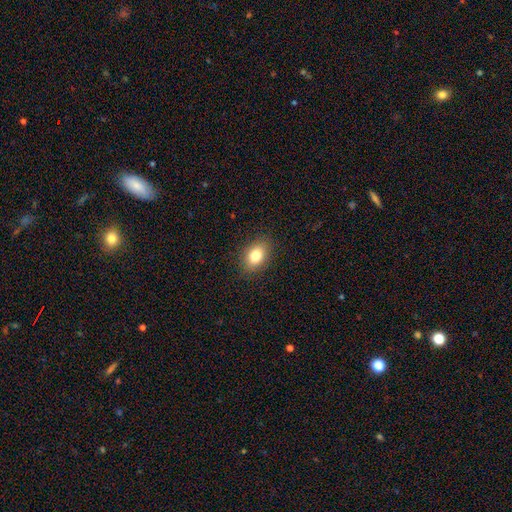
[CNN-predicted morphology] A smooth galaxy with no disk features (81%) that is in between round and cigar-shaped (81%). Merging: none (88%).